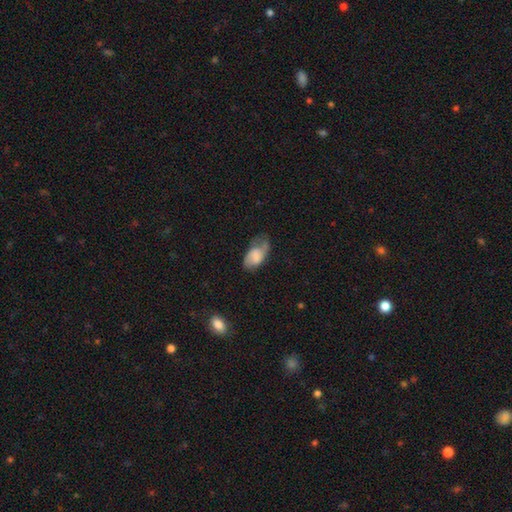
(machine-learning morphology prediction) Smooth or featured: smooth — 62% (featured or disk — 29%)
How rounded: in between — 92% (round — 5%)
Merging: none — 39% (minor disturbance — 36%)